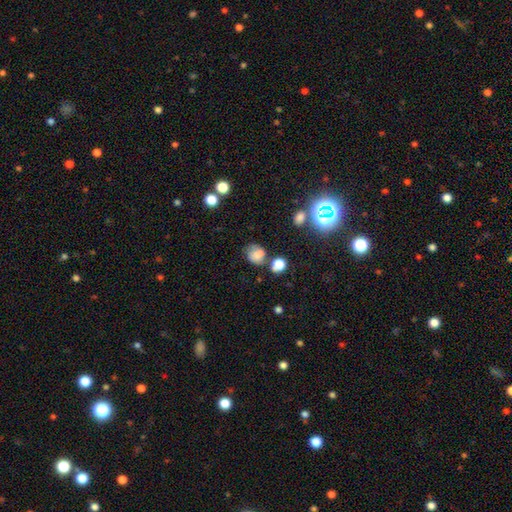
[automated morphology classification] smooth-or-featured: smooth: 71% | star or artifact: 15% | featured or disk: 14%
  how-rounded: round: 66% | in between: 33% | cigar-shaped: 1%
  merging: none: 53% | minor disturbance: 22% | merger: 15% | major disturbance: 9%